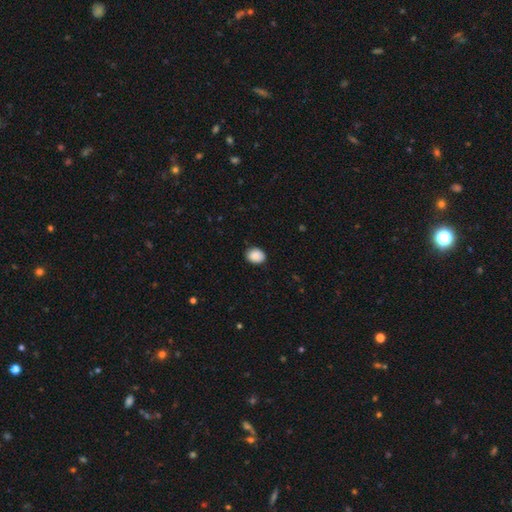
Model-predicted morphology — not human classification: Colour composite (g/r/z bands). It shows a smooth galaxy with no disk features (88%) that is in between round and cigar-shaped (51%). Merging: none (85%).